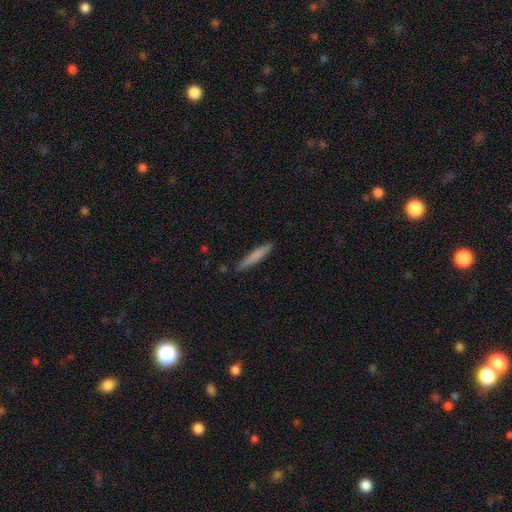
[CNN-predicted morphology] smooth-or-featured: smooth: 76% | featured or disk: 19% | star or artifact: 6%
  how-rounded: cigar-shaped: 94% | in between: 5% | round: 1%
  merging: none: 88% | minor disturbance: 9% | major disturbance: 2% | merger: 1%